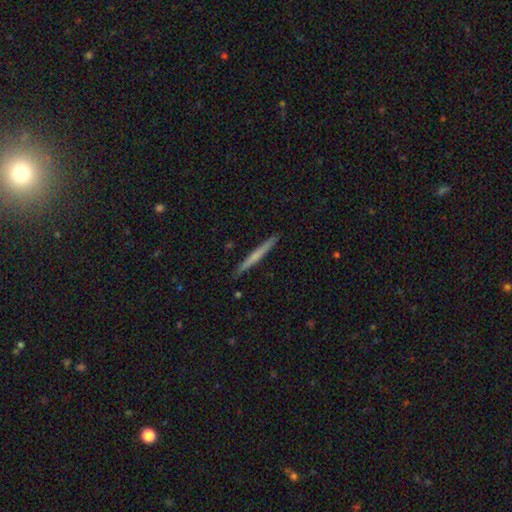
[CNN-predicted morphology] A smooth galaxy with no disk features (50%).

Vote fractions:
- Smooth or featured? smooth: 50% / featured or disk: 45% / star or artifact: 5%
- Merging? none: 91% / minor disturbance: 6% / major disturbance: 1% / merger: 1%